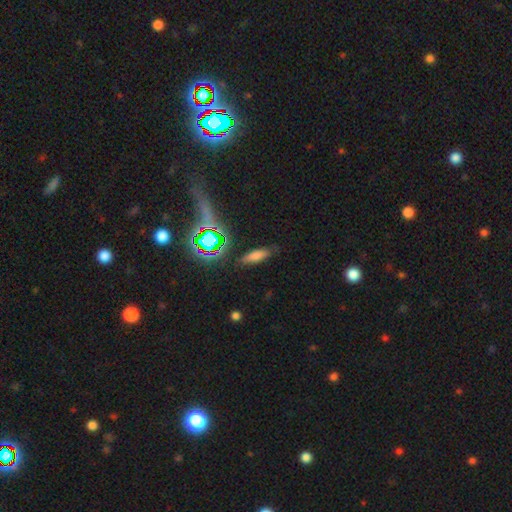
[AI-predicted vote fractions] smooth-or-featured: smooth: 65% | star or artifact: 20% | featured or disk: 15%
  how-rounded: in between: 51% | cigar-shaped: 45% | round: 4%
  merging: none: 81% | minor disturbance: 13% | major disturbance: 4% | merger: 2%